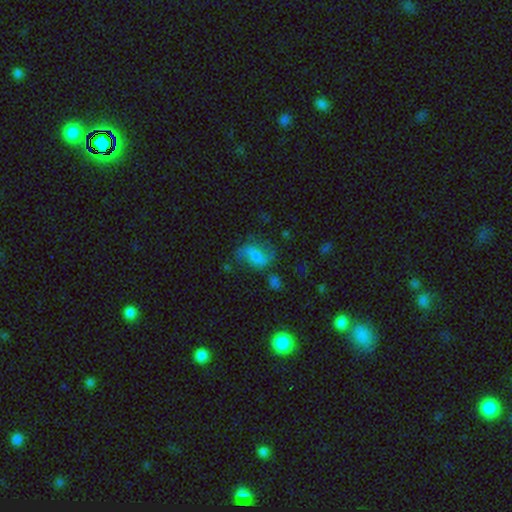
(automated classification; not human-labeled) Morphology: type=featured or disk (46%); merging=none (57%).